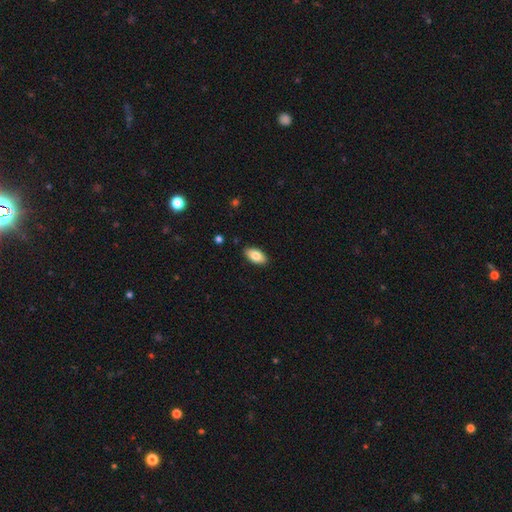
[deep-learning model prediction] A smooth galaxy with no disk features (82%) that is in between round and cigar-shaped (93%). Merging: none (88%).